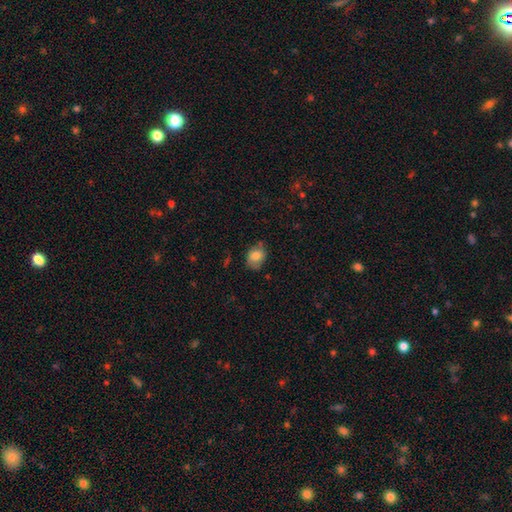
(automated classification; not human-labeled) Overall: smooth (77%). How rounded: in between (58%; round 41%). Merging: none (66%).